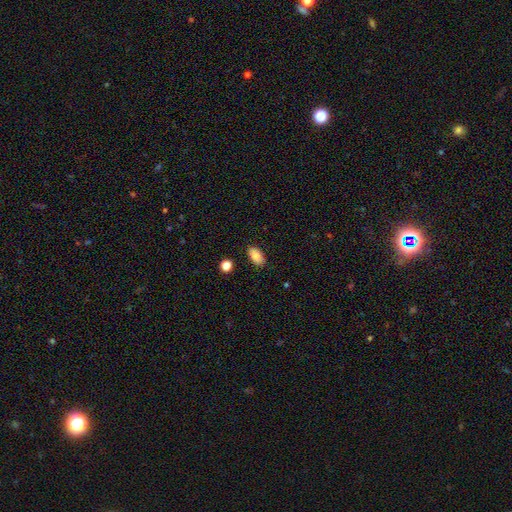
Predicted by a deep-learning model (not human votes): Q: Smooth or featured?
A: smooth (85%); runner-up: star or artifact (8%)
Q: How rounded?
A: in between (93%); runner-up: round (4%)
Q: Merging?
A: none (86%); runner-up: minor disturbance (10%)